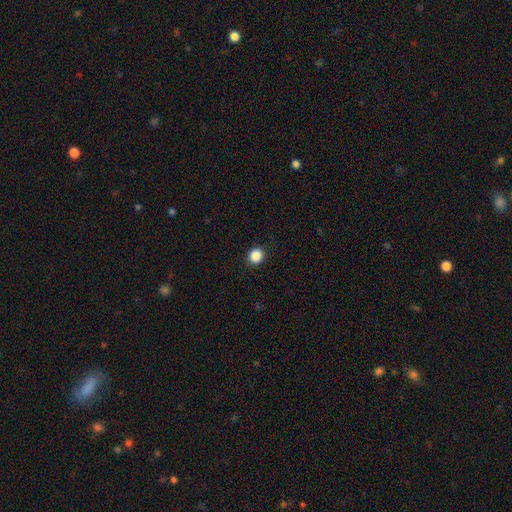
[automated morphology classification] type=smooth (87%); roundness=round (84%); merging=none (92%).